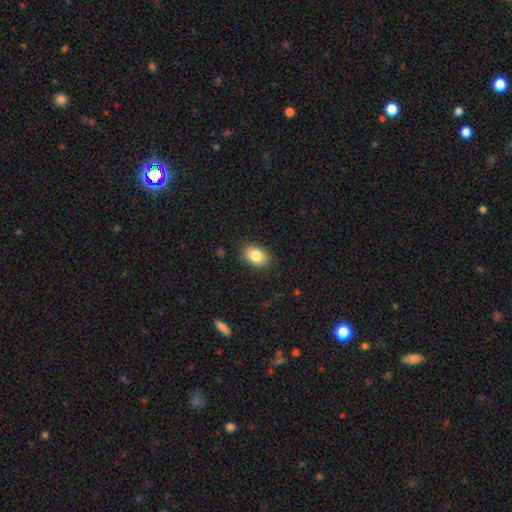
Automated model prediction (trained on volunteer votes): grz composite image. It shows a smooth galaxy with no disk features (83%) that is in between round and cigar-shaped (84%). Merging: none (86%).